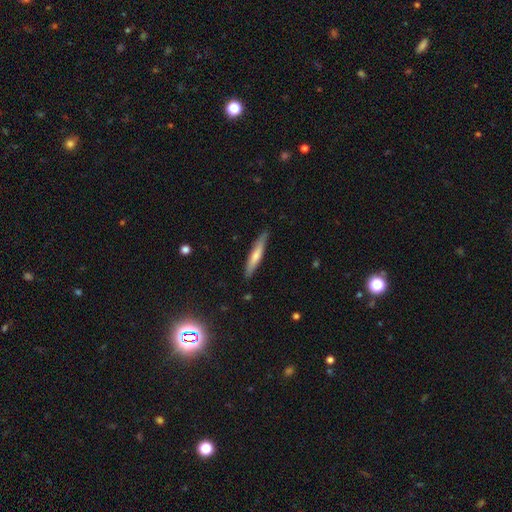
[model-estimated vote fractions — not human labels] Smooth or featured? Predicted: smooth (p=0.47). Merging? Predicted: none (p=0.88).